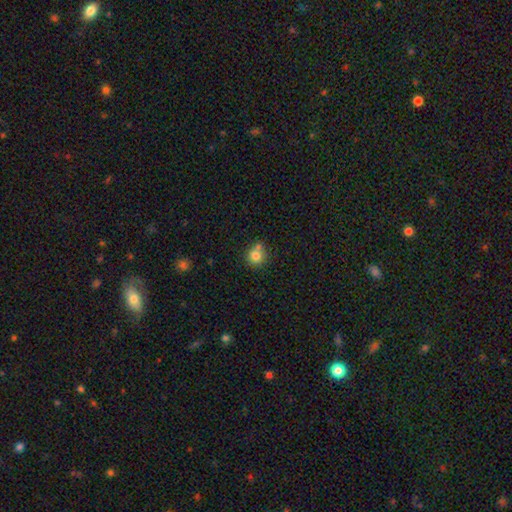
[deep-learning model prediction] Smooth or featured? smooth (79%)
How rounded? round (90%)
Merging? none (63%)